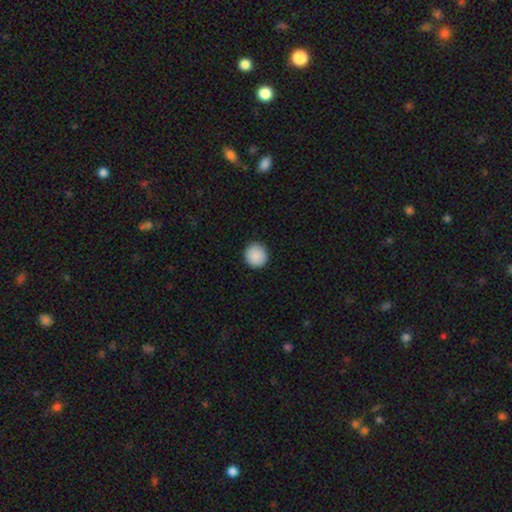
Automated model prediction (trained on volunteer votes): Morphology: type=smooth (90%); roundness=round (94%); merging=none (92%).